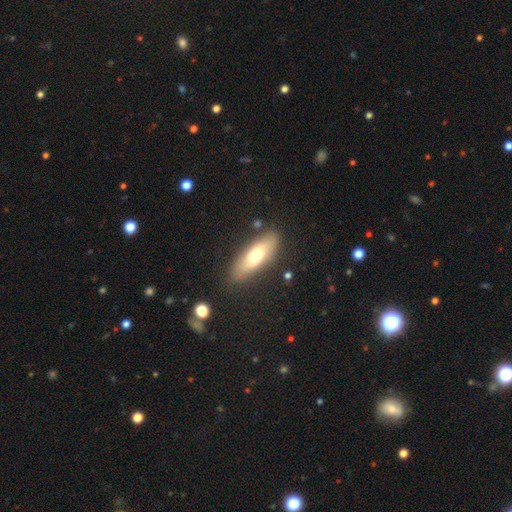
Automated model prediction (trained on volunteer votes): A smooth galaxy with no disk features (62%) that is in between round and cigar-shaped (54%).

Vote fractions:
- Smooth or featured? smooth: 62% / featured or disk: 31% / star or artifact: 7%
- How rounded? in between: 54% / cigar-shaped: 44% / round: 2%
- Merging? none: 82% / minor disturbance: 12% / major disturbance: 3% / merger: 3%